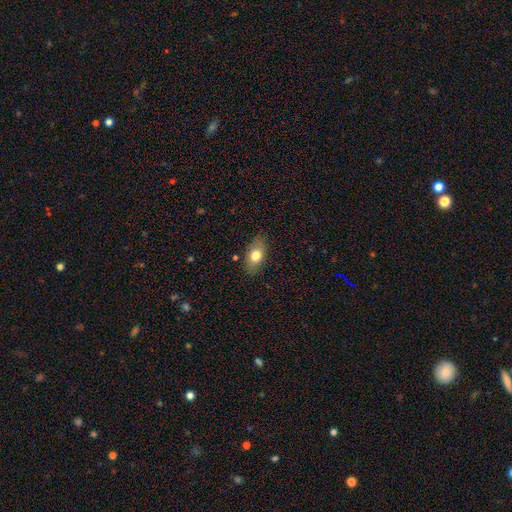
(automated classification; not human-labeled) Smooth or featured?
  - smooth: 74% *
  - featured or disk: 18%
  - star or artifact: 8%
How rounded?
  - in between: 87% *
  - round: 9%
  - cigar-shaped: 3%
Merging?
  - none: 81% *
  - minor disturbance: 14%
  - major disturbance: 3%
  - merger: 1%